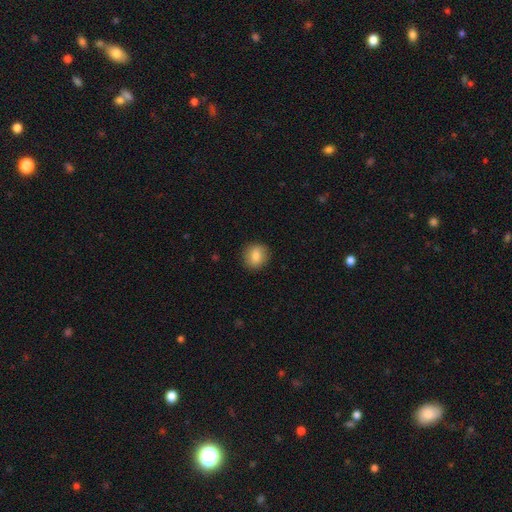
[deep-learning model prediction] This is clearly a smooth galaxy (82%). How rounded: likely round (77%). Merging: clearly none (89%).